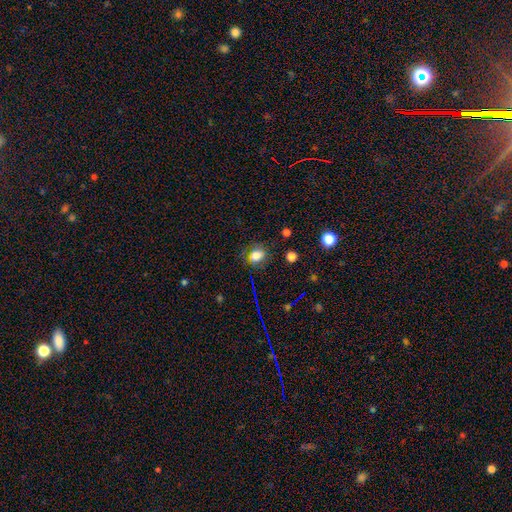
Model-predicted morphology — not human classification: Smooth or featured?
  - smooth: 73% *
  - star or artifact: 15%
  - featured or disk: 11%
How rounded?
  - in between: 53% *
  - round: 46%
  - cigar-shaped: 2%
Merging?
  - none: 74% *
  - minor disturbance: 17%
  - major disturbance: 6%
  - merger: 2%